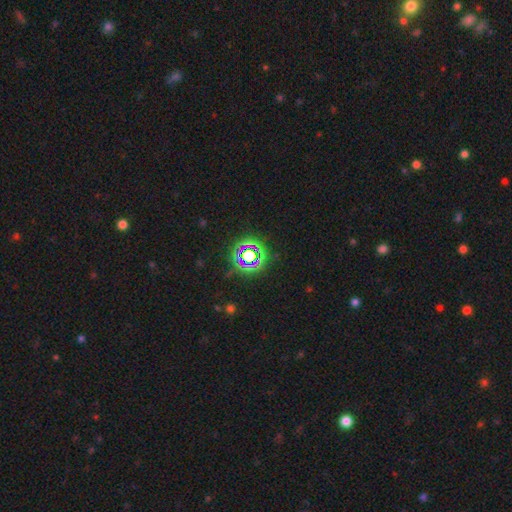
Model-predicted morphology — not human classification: A star or artifact, not a galaxy (74%).